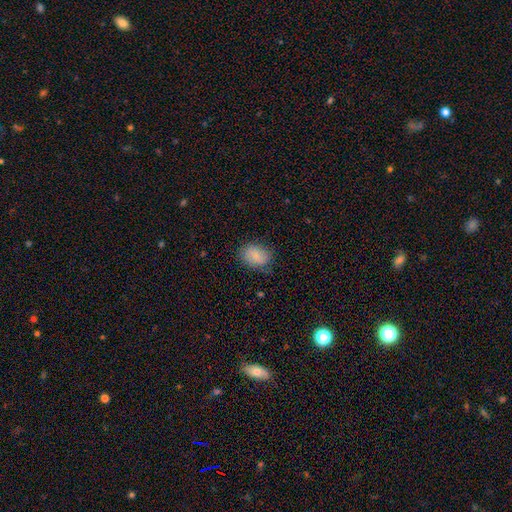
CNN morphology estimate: Q: Smooth or featured?
A: smooth (82%); runner-up: featured or disk (10%)
Q: How rounded?
A: in between (69%); runner-up: round (30%)
Q: Merging?
A: none (79%); runner-up: minor disturbance (16%)